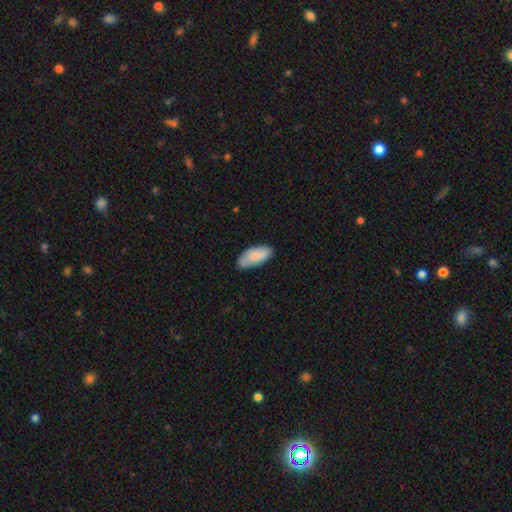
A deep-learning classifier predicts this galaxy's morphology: Q: Smooth or featured?
A: smooth (81%); runner-up: featured or disk (13%)
Q: How rounded?
A: in between (90%); runner-up: cigar-shaped (8%)
Q: Merging?
A: none (76%); runner-up: minor disturbance (20%)